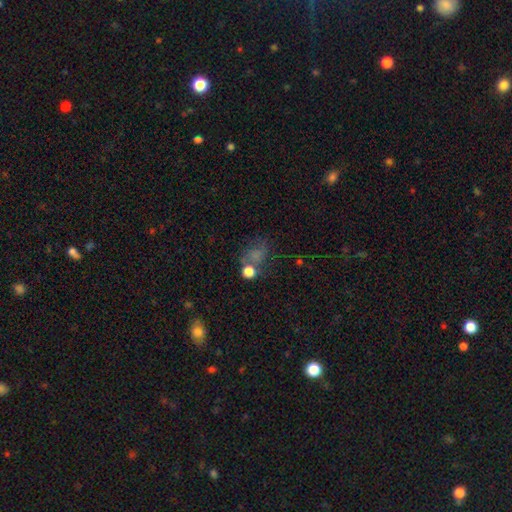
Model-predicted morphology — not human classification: Smooth or featured?
  - smooth: 54% *
  - star or artifact: 23%
  - featured or disk: 22%
How rounded?
  - round: 58% *
  - in between: 41%
  - cigar-shaped: 2%
Merging?
  - none: 44% *
  - minor disturbance: 20%
  - major disturbance: 19%
  - merger: 18%